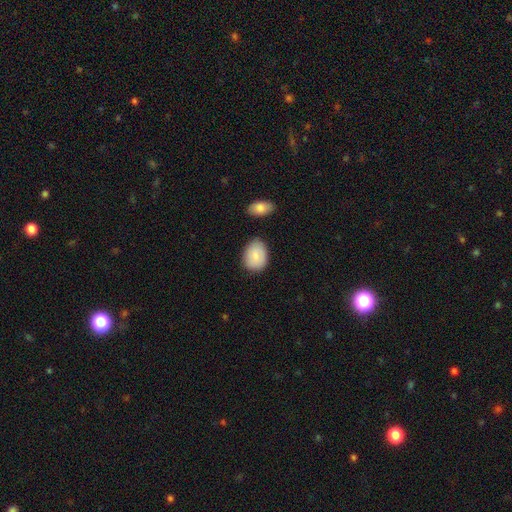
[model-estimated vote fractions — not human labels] smooth_or_featured: smooth (p=0.86) [alt: featured or disk p=0.08]
how_rounded: in between (p=0.74) [alt: round p=0.25]
merging: none (p=0.76) [alt: minor disturbance p=0.16]